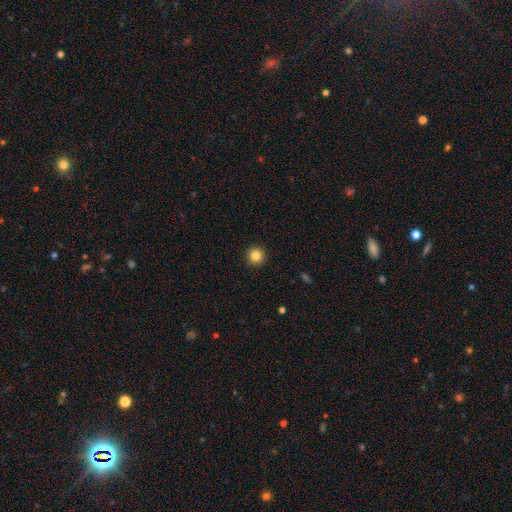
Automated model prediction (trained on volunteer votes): Smooth or featured?
  - smooth: 84% *
  - star or artifact: 11%
  - featured or disk: 5%
How rounded?
  - round: 95% *
  - in between: 4%
  - cigar-shaped: 1%
Merging?
  - none: 93% *
  - minor disturbance: 5%
  - major disturbance: 2%
  - merger: 1%